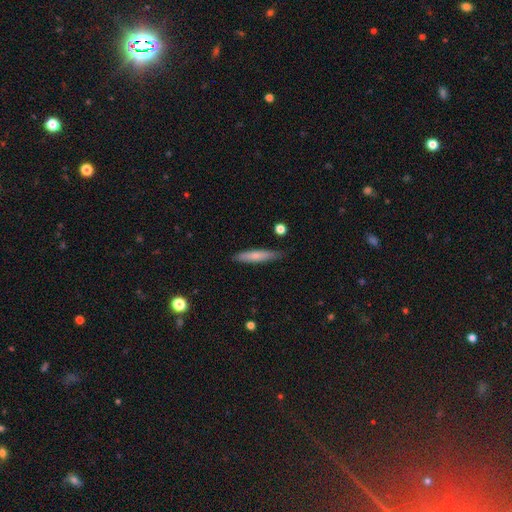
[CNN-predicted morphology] This is likely a smooth galaxy (72%). How rounded: clearly cigar-shaped (86%). Merging: clearly none (83%).